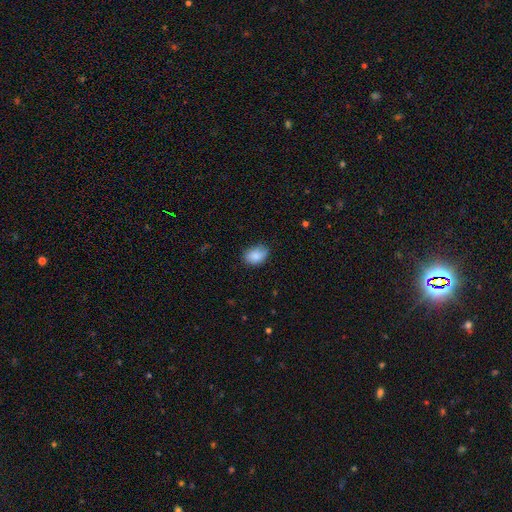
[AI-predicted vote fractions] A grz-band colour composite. It shows a smooth galaxy with no disk features (86%) that is in between round and cigar-shaped (80%). Merging: none (71%).